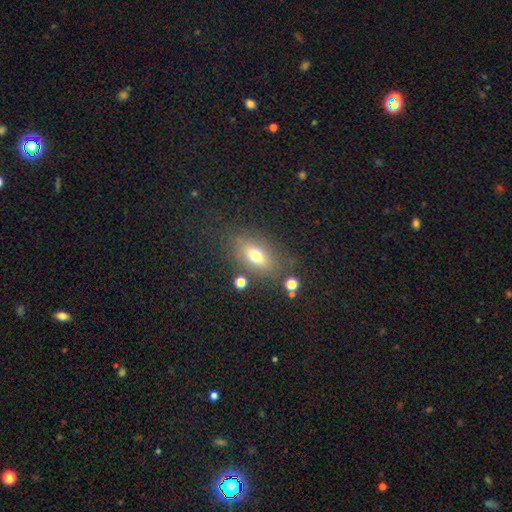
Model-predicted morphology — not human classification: A smooth galaxy with no disk features (67%) that is in between round and cigar-shaped (80%).

Vote fractions:
- Smooth or featured? smooth: 67% / featured or disk: 21% / star or artifact: 13%
- How rounded? in between: 80% / round: 12% / cigar-shaped: 9%
- Merging? none: 75% / minor disturbance: 14% / major disturbance: 7% / merger: 4%